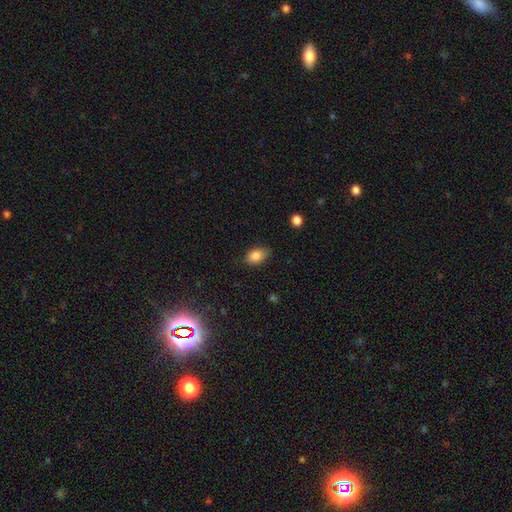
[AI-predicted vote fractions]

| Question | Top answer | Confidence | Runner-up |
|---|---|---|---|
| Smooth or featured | smooth | 85% | star or artifact (8%) |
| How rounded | in between | 86% | round (13%) |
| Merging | none | 77% | minor disturbance (19%) |